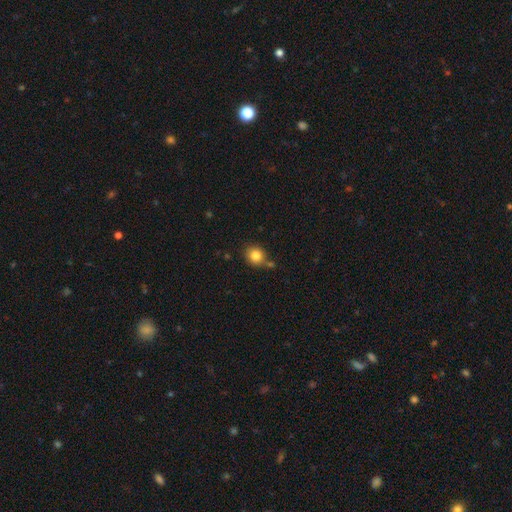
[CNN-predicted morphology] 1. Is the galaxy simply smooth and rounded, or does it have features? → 84% smooth, 10% star or artifact, 6% featured or disk.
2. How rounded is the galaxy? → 80% round, 19% in between, 1% cigar-shaped.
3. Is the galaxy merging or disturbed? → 69% none, 15% minor disturbance, 12% merger, 4% major disturbance.